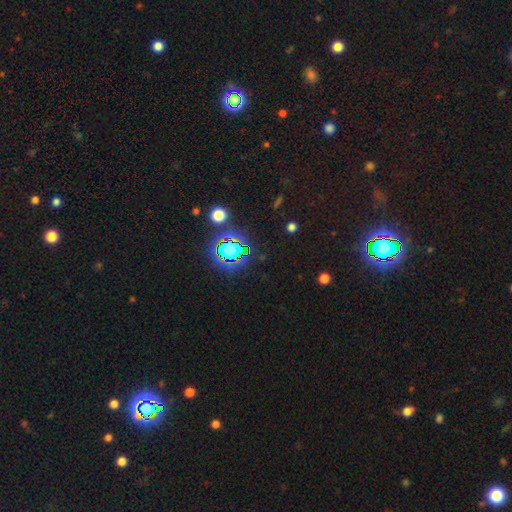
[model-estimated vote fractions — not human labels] Overall: star or artifact (79%).